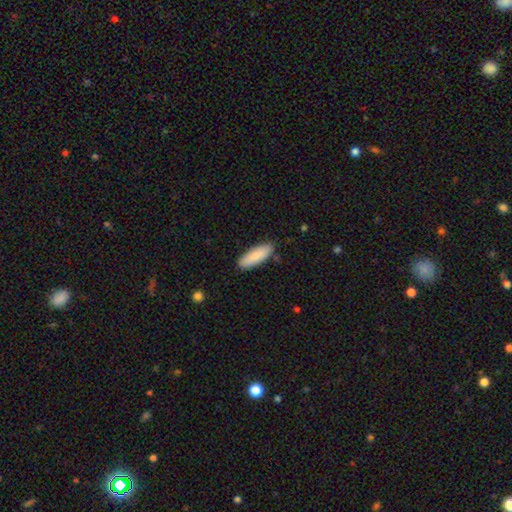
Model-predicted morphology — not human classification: This is clearly a smooth galaxy (88%). How rounded: possibly in between (59%). Merging: clearly none (86%).